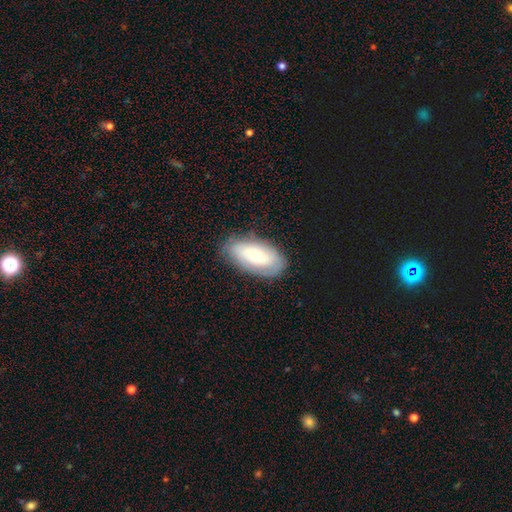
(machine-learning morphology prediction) Overall: smooth (56%; featured or disk 37%). How rounded: in between (92%). Merging: none (74%).